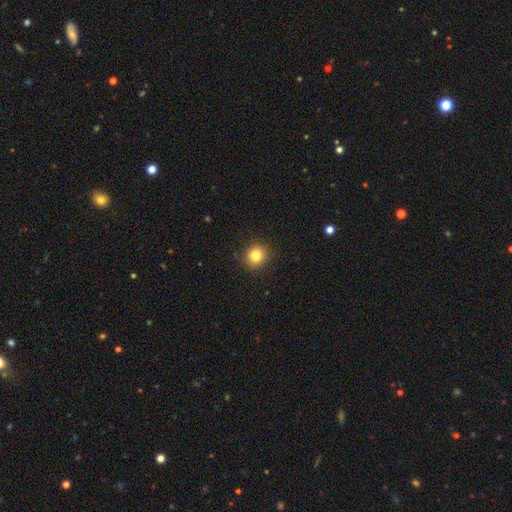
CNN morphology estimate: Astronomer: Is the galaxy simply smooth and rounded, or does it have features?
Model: smooth — 82%.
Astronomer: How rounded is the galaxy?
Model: round — 88%.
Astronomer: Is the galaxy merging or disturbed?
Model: none — 89%.